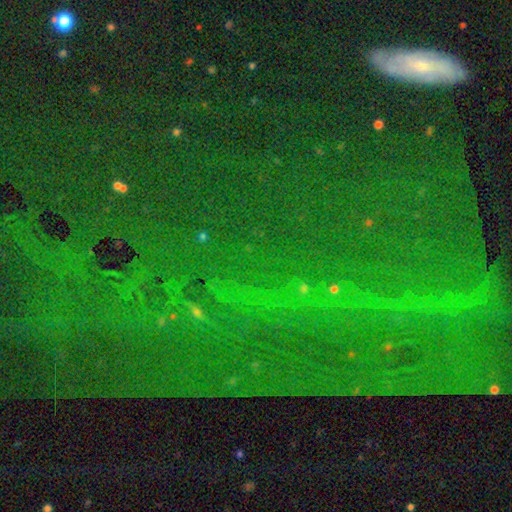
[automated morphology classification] type=star or artifact (80%).